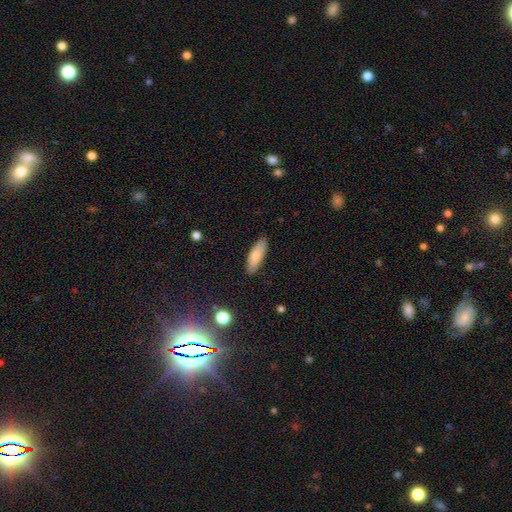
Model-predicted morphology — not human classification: type=smooth (81%); roundness=in between (57%); merging=none (86%).